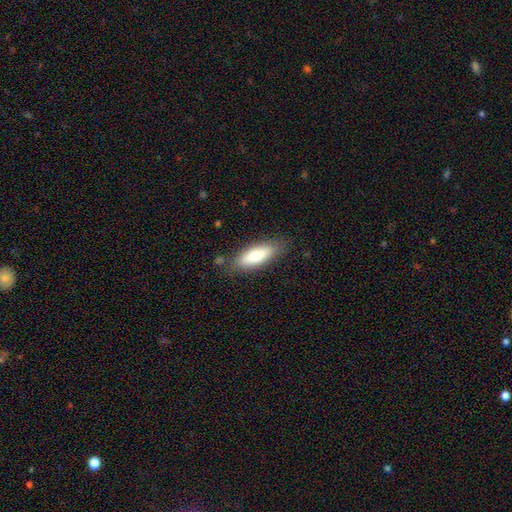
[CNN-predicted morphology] A smooth galaxy with no disk features (77%) that is in between round and cigar-shaped (63%). Merging: none (80%).